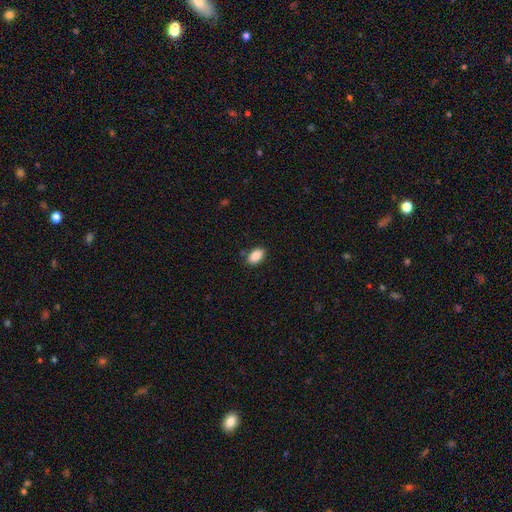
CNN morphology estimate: This appears to be a smooth galaxy with no disk features (89%) that is in between round and cigar-shaped (92%). Merging: none (86%).